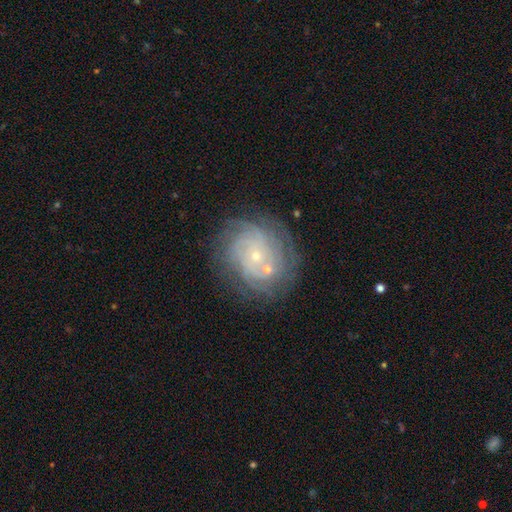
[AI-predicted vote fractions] A featured or disk galaxy (78%) with no bar (81%), tight (77%) spiral arms (93%) and a small central bulge (84%).

Vote fractions:
- Smooth or featured? featured or disk: 78% / smooth: 13% / star or artifact: 9%
- Edge-on disk? no: 97% / yes: 3%
- Bar? no: 81% / weak: 15% / strong: 4%
- Spiral arms? yes: 93% / no: 7%
- Spiral winding? tight: 77% / medium: 18% / loose: 5%
- Spiral arm count? can't tell: 33% / 4: 22% / more than 4: 17% / 3: 13% / 2: 9% / 1: 6%
- Bulge size? small: 84% / moderate: 12% / none: 2% / large: 1% / dominant: 1%
- Merging? none: 74% / minor disturbance: 14% / merger: 7% / major disturbance: 5%